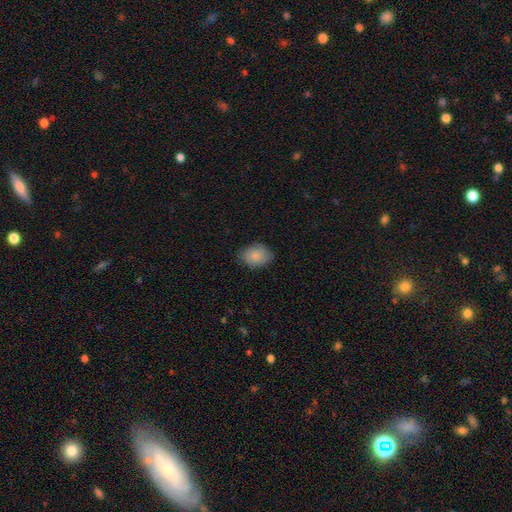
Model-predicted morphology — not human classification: Overall: smooth (85%). How rounded: in between (70%). Merging: none (81%).